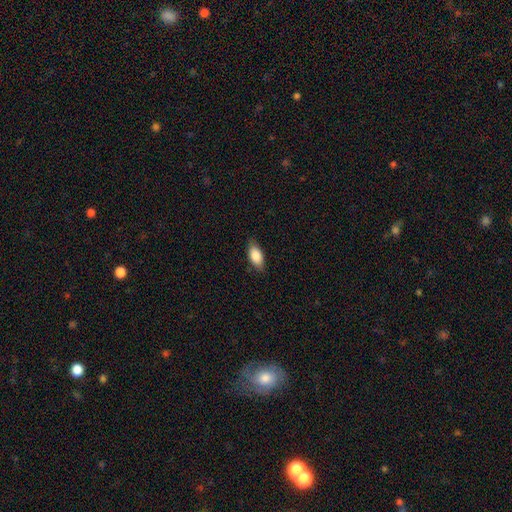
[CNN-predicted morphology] Smooth or featured? smooth (85%)
How rounded? in between (88%)
Merging? none (82%)